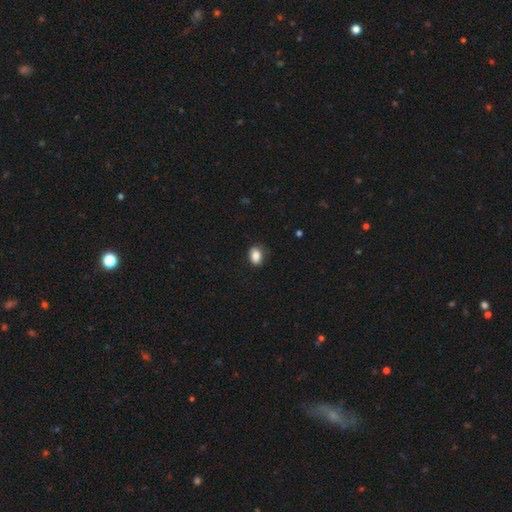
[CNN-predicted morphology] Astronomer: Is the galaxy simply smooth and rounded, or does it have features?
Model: smooth — 87%.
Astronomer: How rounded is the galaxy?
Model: in between — 78%.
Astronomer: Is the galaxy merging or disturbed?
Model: none — 76%.